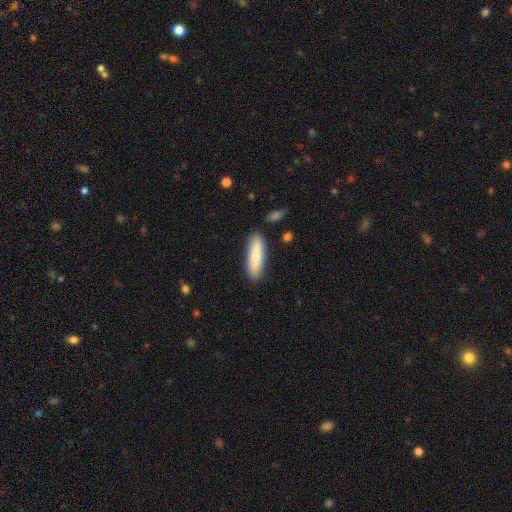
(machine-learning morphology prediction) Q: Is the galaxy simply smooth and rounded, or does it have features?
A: smooth — 84%.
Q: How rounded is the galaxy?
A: cigar-shaped — 63%.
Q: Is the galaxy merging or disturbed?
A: none — 86%.